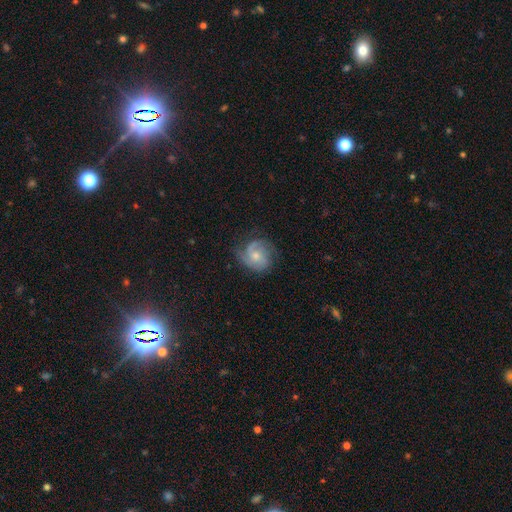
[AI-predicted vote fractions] A featured or disk galaxy (72%) with no bar (68%), 2 (37%) medium (42%) spiral arms (94%) and a small central bulge (48%). Merging: none (67%).